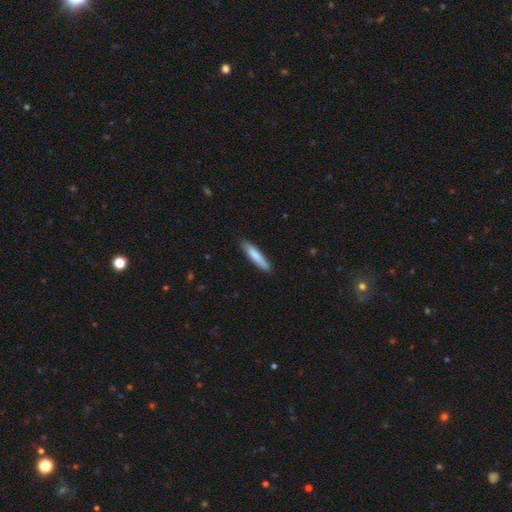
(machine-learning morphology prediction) A smooth galaxy with no disk features (79%) that is cigar-shaped (86%). Merging: none (86%).